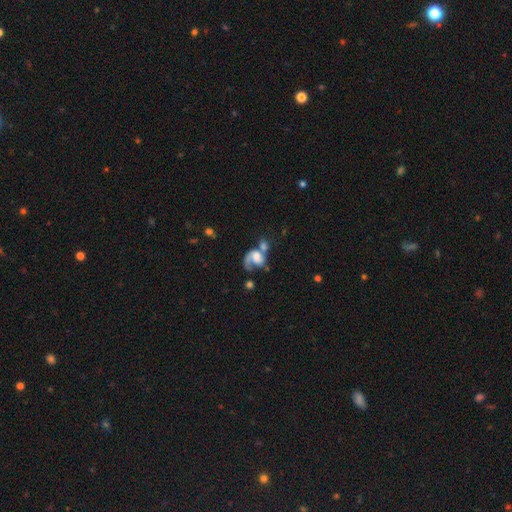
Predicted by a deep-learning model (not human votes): Overall: featured or disk (67%). Edge-on disk: no (98%). Bar: no (66%; weak 27%). Spiral arms: yes (85%). Spiral arm count: 1 (72%). Spiral winding: loose (45%; medium 36%). Bulge size: moderate (35%; large 27%). Merging: merger (45%; major disturbance 25%).